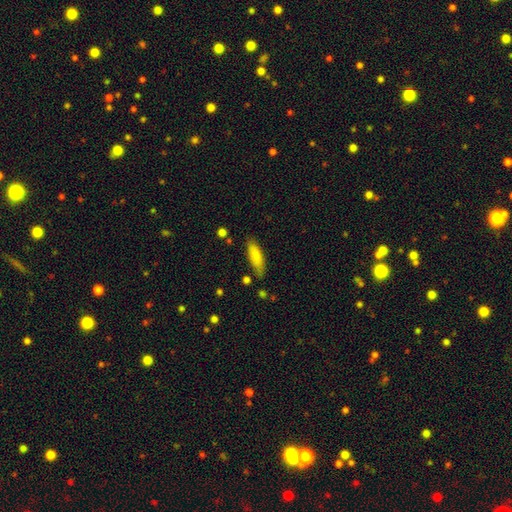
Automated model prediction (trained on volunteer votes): Smooth or featured? Predicted: smooth (p=0.81). How rounded? Predicted: in between (p=0.50). Merging? Predicted: none (p=0.76).